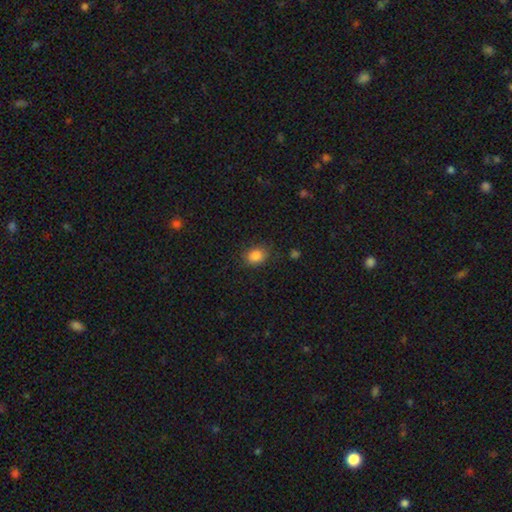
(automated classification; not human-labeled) This is clearly a smooth galaxy (84%). How rounded: possibly in between (60%). Merging: clearly none (81%).